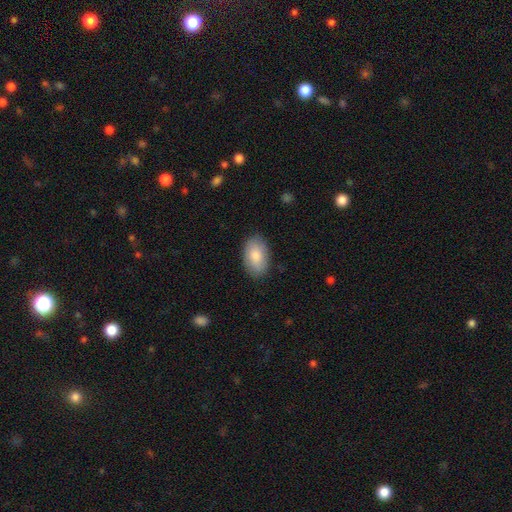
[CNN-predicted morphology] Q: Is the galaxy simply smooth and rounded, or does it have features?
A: smooth — 83%.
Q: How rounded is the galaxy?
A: in between — 93%.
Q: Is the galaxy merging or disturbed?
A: none — 85%.